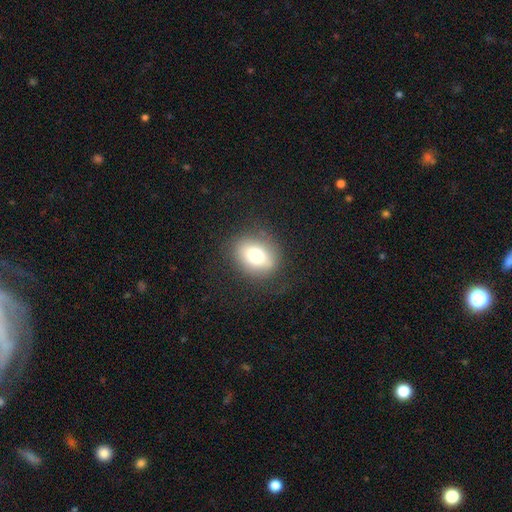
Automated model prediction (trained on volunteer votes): A smooth galaxy with no disk features (71%) that is in between round and cigar-shaped (51%).

Vote fractions:
- Smooth or featured? smooth: 71% / featured or disk: 17% / star or artifact: 12%
- How rounded? in between: 51% / round: 48% / cigar-shaped: 1%
- Merging? none: 78% / minor disturbance: 13% / major disturbance: 8% / merger: 1%